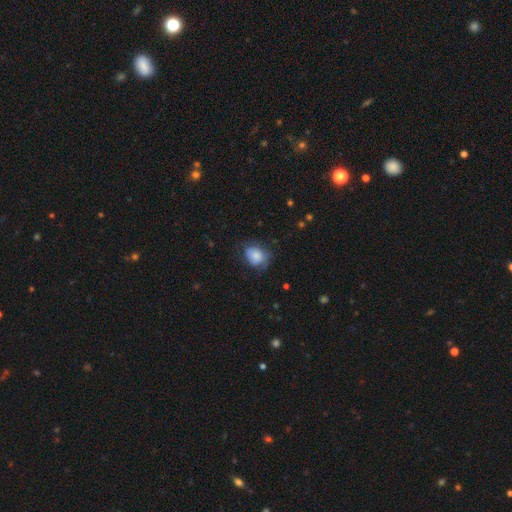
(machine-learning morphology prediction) smooth_or_featured: smooth (p=0.78) [alt: featured or disk p=0.14]
how_rounded: in between (p=0.56) [alt: round p=0.43]
merging: none (p=0.57) [alt: minor disturbance p=0.29]